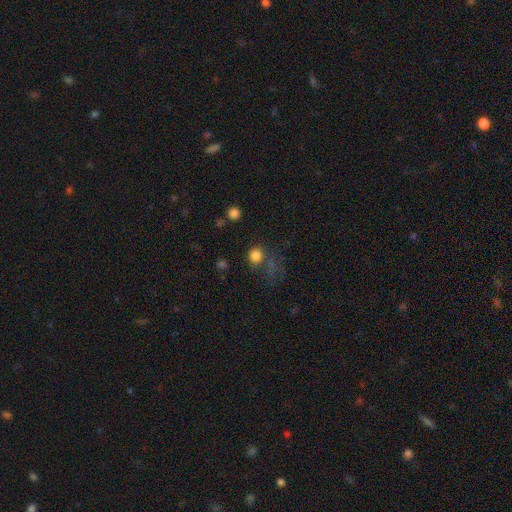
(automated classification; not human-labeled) smooth 80%, star or artifact 15%, featured or disk 5%. Down the decision tree: how rounded — round (87%); merging — none (72%).